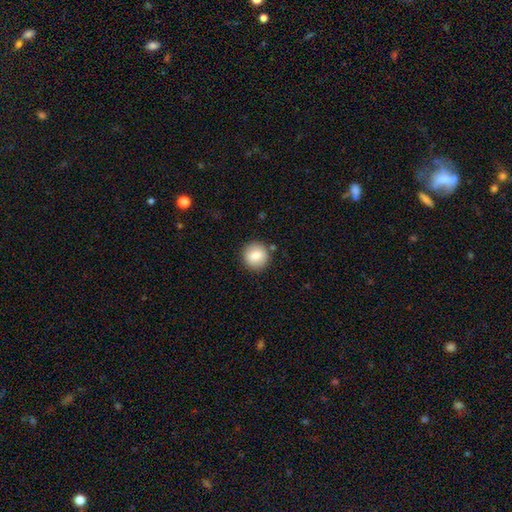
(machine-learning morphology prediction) A smooth galaxy with no disk features (82%) that is round (92%). Merging: none (87%).